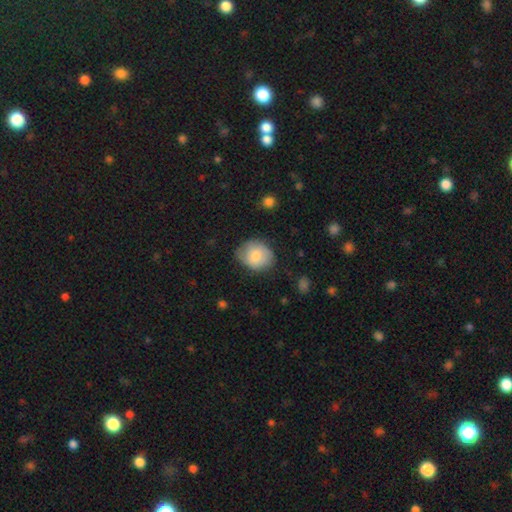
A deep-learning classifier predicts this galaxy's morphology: Smooth or featured: smooth — 74% (featured or disk — 19%)
How rounded: round — 59% (in between — 40%)
Merging: none — 69% (minor disturbance — 25%)